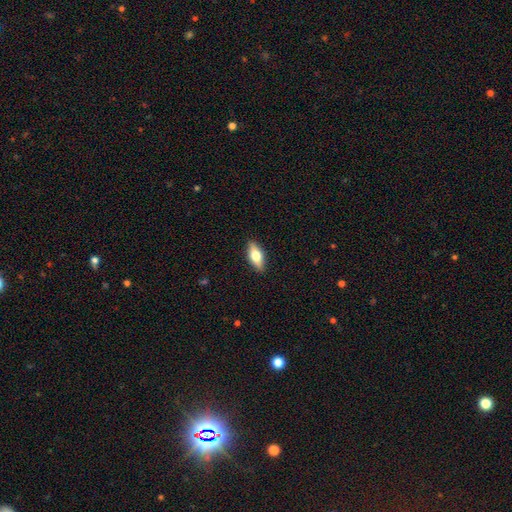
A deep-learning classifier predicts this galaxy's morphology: type=smooth (60%); roundness=in between (75%); merging=none (89%).